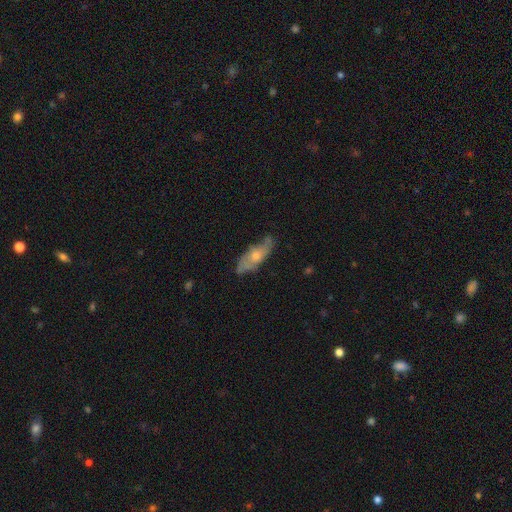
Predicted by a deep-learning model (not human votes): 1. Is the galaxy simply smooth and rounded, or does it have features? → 58% featured or disk, 35% smooth, 7% star or artifact.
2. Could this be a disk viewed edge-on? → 72% no, 28% yes.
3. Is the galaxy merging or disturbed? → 68% none, 24% minor disturbance, 6% major disturbance, 2% merger.